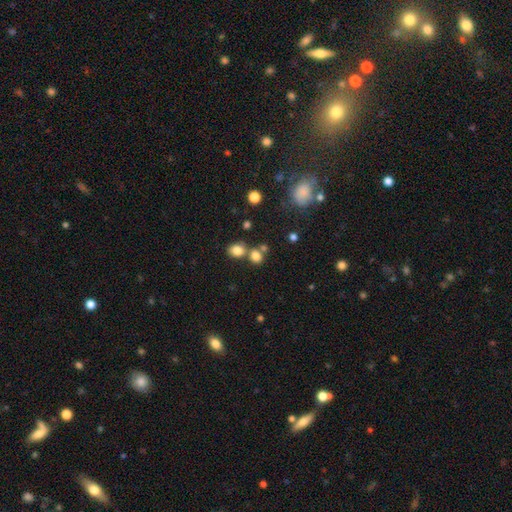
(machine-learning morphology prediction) Q: Smooth or featured?
A: smooth (78%); runner-up: star or artifact (15%)
Q: How rounded?
A: round (63%); runner-up: in between (36%)
Q: Merging?
A: none (54%); runner-up: merger (31%)